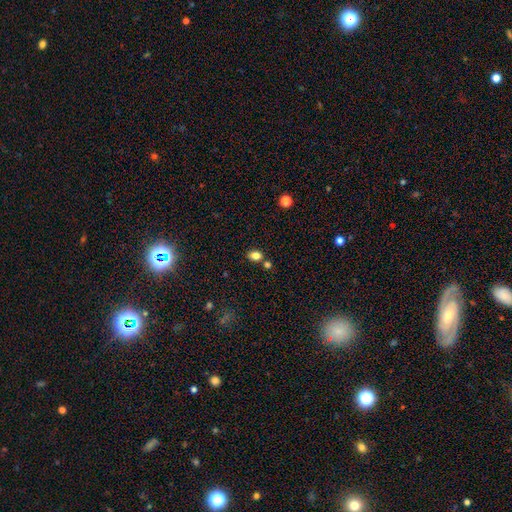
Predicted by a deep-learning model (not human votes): A smooth galaxy with no disk features (82%) that is in between round and cigar-shaped (65%).

Vote fractions:
- Smooth or featured? smooth: 82% / star or artifact: 13% / featured or disk: 6%
- How rounded? in between: 65% / round: 34% / cigar-shaped: 1%
- Merging? none: 72% / merger: 14% / minor disturbance: 11% / major disturbance: 3%